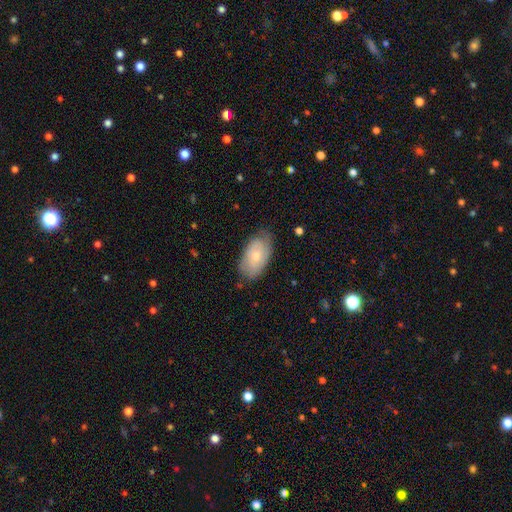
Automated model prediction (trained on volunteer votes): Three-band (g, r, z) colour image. It shows a smooth galaxy with no disk features (59%) that is in between round and cigar-shaped (93%). Merging: none (69%).